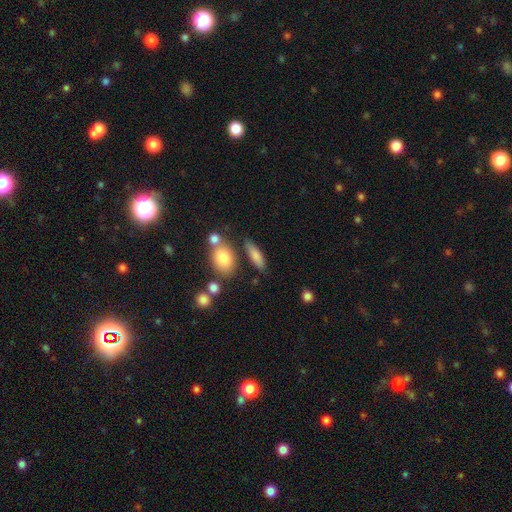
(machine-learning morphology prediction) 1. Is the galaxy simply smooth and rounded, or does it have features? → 79% smooth, 13% featured or disk, 8% star or artifact.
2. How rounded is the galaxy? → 51% in between, 43% cigar-shaped, 5% round.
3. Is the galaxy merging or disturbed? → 72% none, 13% minor disturbance, 10% merger, 4% major disturbance.